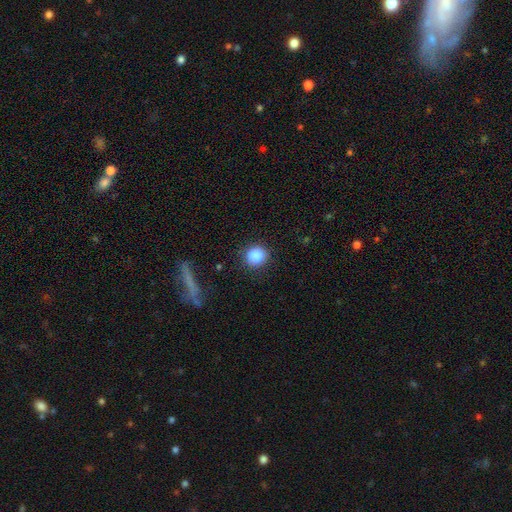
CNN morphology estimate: Smooth or featured? Predicted: smooth (p=0.88). How rounded? Predicted: round (p=0.86). Merging? Predicted: none (p=0.85).